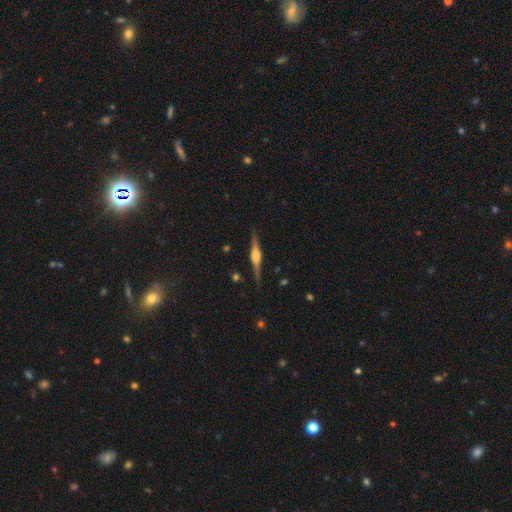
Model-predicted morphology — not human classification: type=featured or disk (81%); edge-on=yes (98%); edge-on bulge=rounded (87%); merging=none (89%).